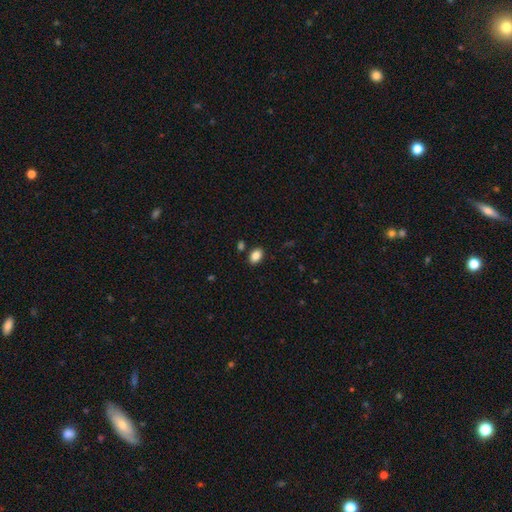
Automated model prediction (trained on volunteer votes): Smooth or featured: smooth — 87% (star or artifact — 9%)
How rounded: in between — 83% (round — 16%)
Merging: none — 86% (minor disturbance — 8%)